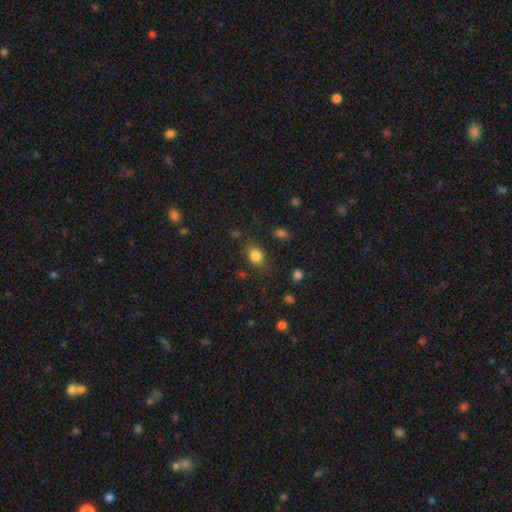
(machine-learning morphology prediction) Smooth or featured? smooth (83%)
How rounded? in between (69%)
Merging? none (78%)